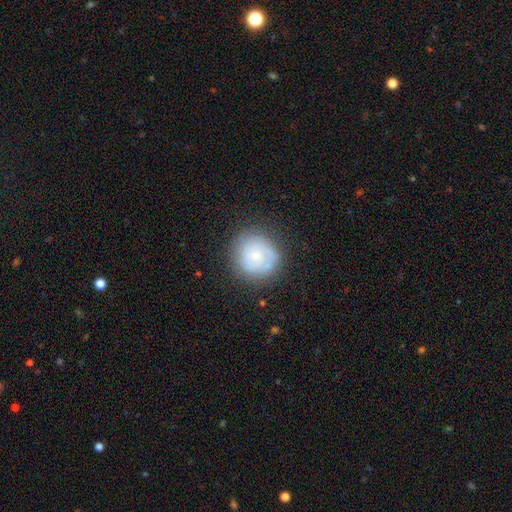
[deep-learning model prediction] smooth 53%, featured or disk 39%, star or artifact 8%. Down the decision tree: how rounded — round (89%); merging — none (77%).